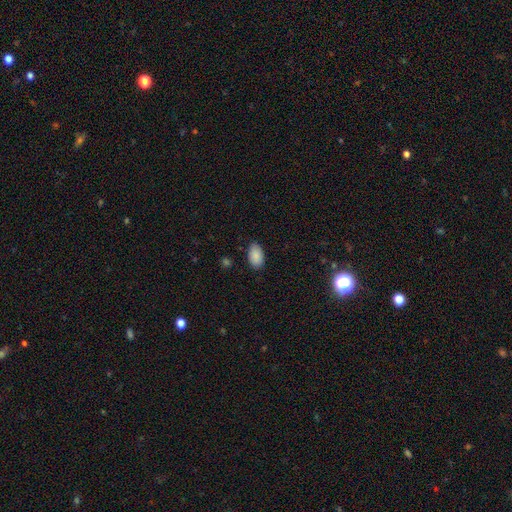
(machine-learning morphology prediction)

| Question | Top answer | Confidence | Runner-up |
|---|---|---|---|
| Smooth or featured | smooth | 88% | star or artifact (7%) |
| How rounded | in between | 94% | round (5%) |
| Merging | none | 83% | minor disturbance (13%) |